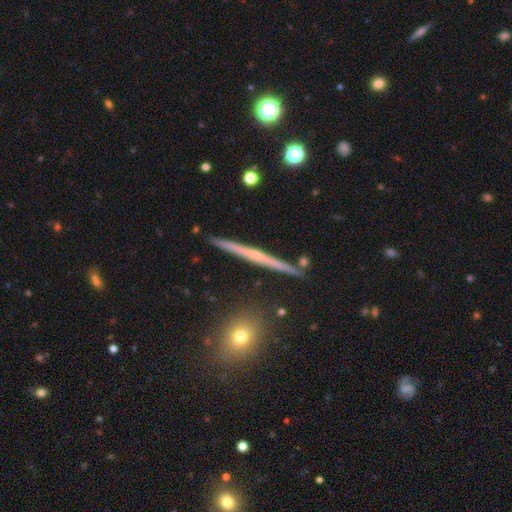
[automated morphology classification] Smooth or featured: featured or disk — 72% (smooth — 21%)
Edge-on disk: yes — 98% (no — 2%)
Edge-on bulge: none — 49% (rounded — 46%)
Merging: none — 89% (minor disturbance — 7%)